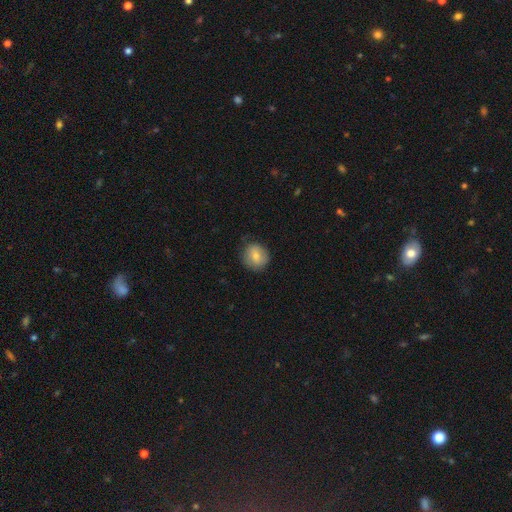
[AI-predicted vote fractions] Smooth or featured?
  - smooth: 77% *
  - featured or disk: 15%
  - star or artifact: 8%
How rounded?
  - round: 82% *
  - in between: 17%
  - cigar-shaped: 1%
Merging?
  - none: 80% *
  - minor disturbance: 16%
  - major disturbance: 4%
  - merger: 1%